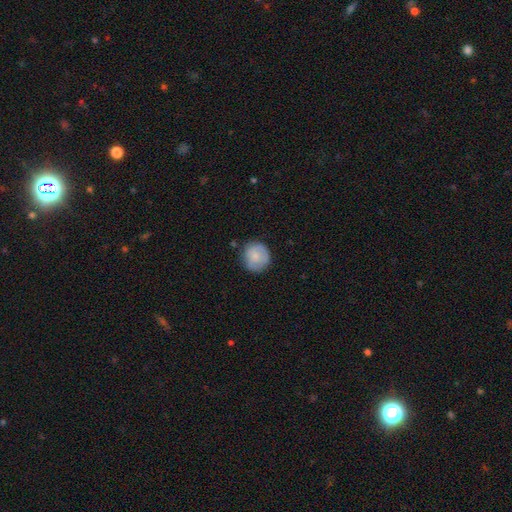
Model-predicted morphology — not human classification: Smooth or featured? smooth (75%)
How rounded? round (89%)
Merging? none (78%)